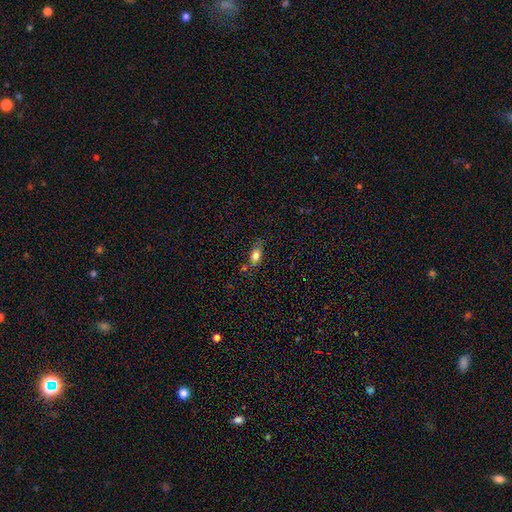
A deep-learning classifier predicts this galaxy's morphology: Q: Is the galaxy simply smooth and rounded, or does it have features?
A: smooth — 79%.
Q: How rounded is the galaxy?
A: in between — 80%.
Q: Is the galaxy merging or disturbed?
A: none — 58%.